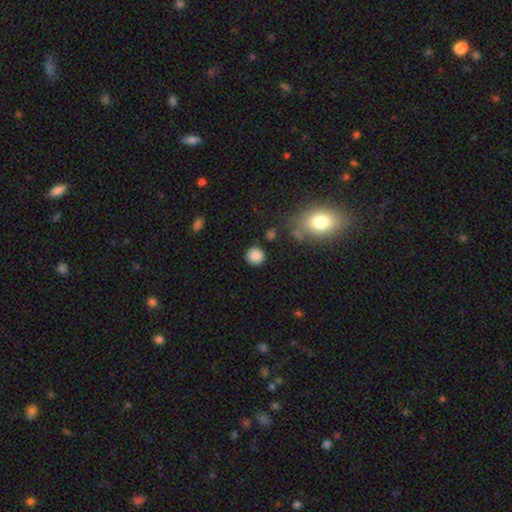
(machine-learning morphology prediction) Smooth or featured? Predicted: smooth (p=0.85). How rounded? Predicted: round (p=0.92). Merging? Predicted: none (p=0.86).